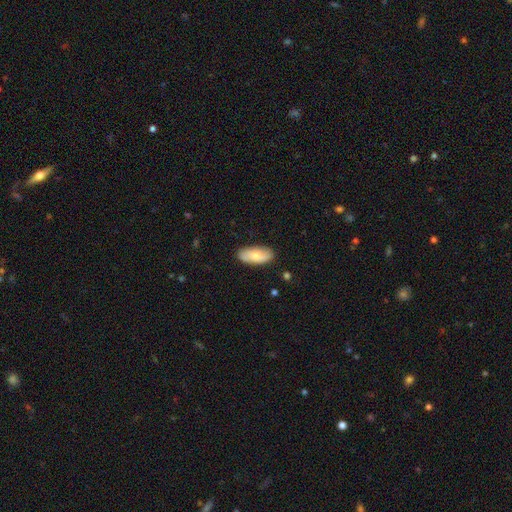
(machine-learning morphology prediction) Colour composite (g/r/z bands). It shows a smooth galaxy with no disk features (69%) that is in between round and cigar-shaped (88%). Merging: none (85%).